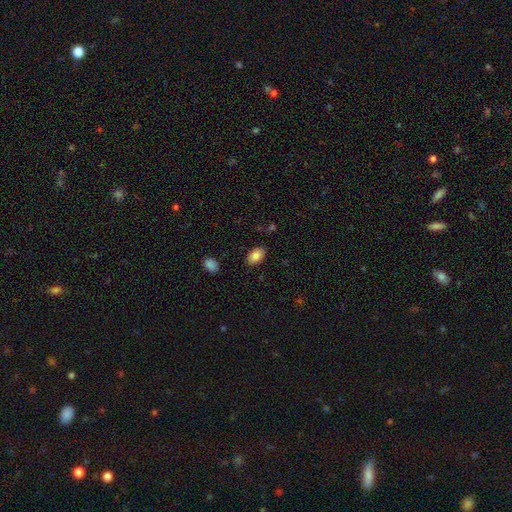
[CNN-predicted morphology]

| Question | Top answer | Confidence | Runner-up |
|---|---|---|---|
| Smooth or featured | smooth | 84% | featured or disk (9%) |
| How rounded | in between | 91% | round (8%) |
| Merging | none | 86% | minor disturbance (10%) |